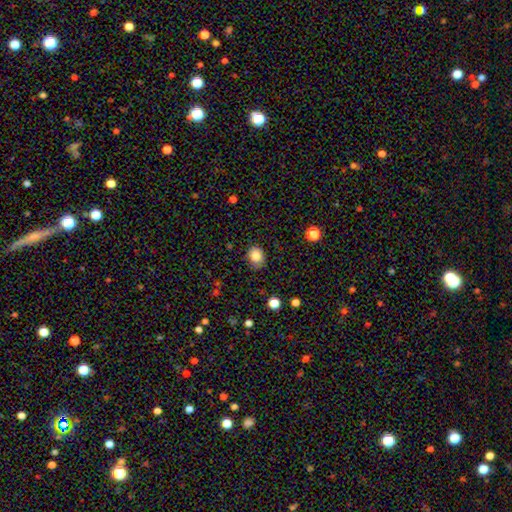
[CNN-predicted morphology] This appears to be a smooth galaxy with no disk features (84%) that is round (54%). Merging: none (80%).